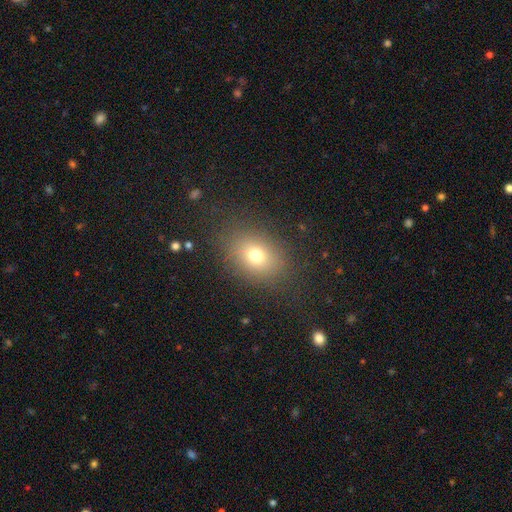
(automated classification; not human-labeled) Smooth or featured? smooth (71%)
How rounded? in between (61%)
Merging? none (81%)